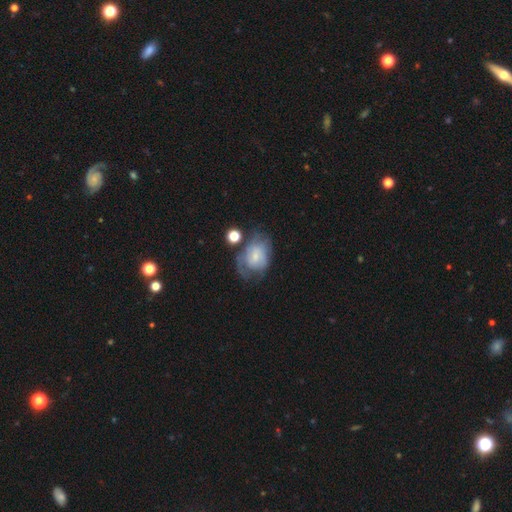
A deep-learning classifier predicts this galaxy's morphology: This appears to be a smooth galaxy with no disk features (46%, tied with featured or disk). Merging: none (40%).